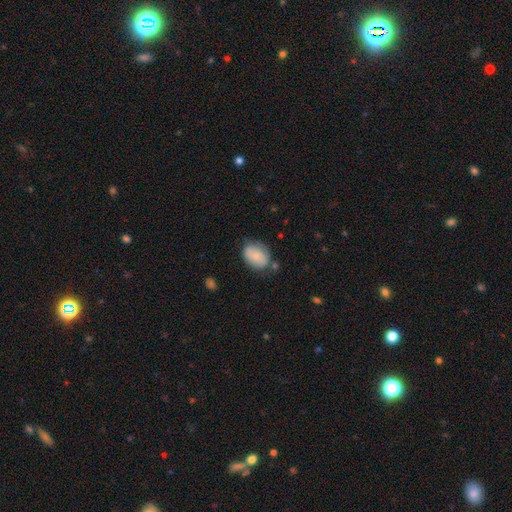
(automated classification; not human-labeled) smooth 78%, featured or disk 15%, star or artifact 7%. Down the decision tree: how rounded — in between (75%); merging — none (62%).